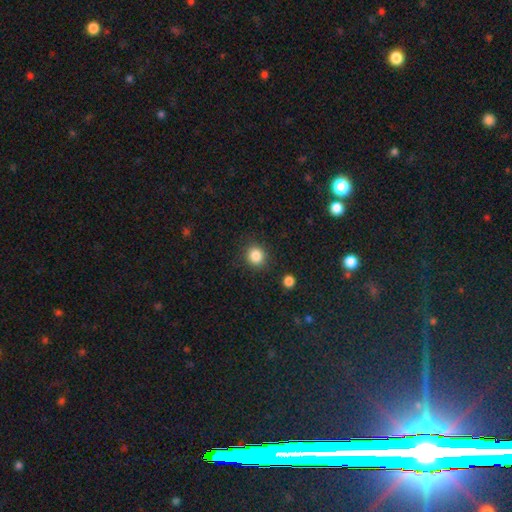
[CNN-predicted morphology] Smooth or featured? Predicted: smooth (p=0.85). How rounded? Predicted: round (p=0.86). Merging? Predicted: none (p=0.88).